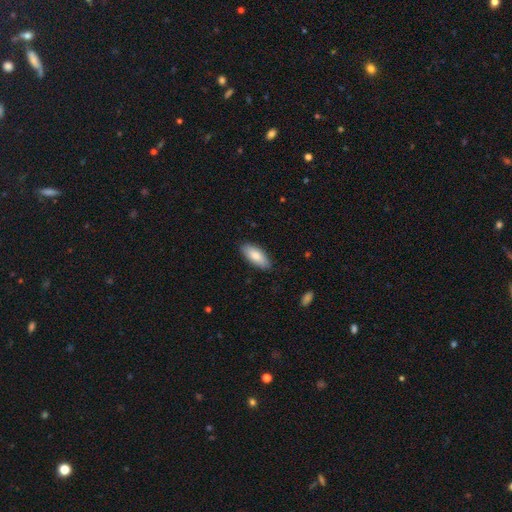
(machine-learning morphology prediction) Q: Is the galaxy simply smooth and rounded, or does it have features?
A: smooth — 83%.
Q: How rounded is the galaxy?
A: in between — 83%.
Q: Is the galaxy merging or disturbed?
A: none — 86%.